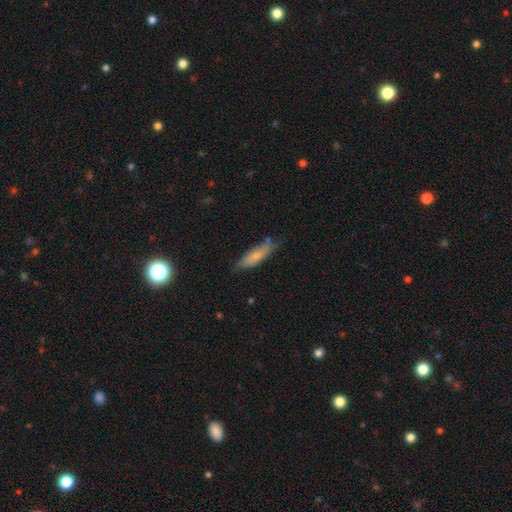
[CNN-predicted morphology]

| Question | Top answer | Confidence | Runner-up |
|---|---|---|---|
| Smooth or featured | smooth | 70% | featured or disk (23%) |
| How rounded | cigar-shaped | 68% | in between (30%) |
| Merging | none | 72% | minor disturbance (22%) |